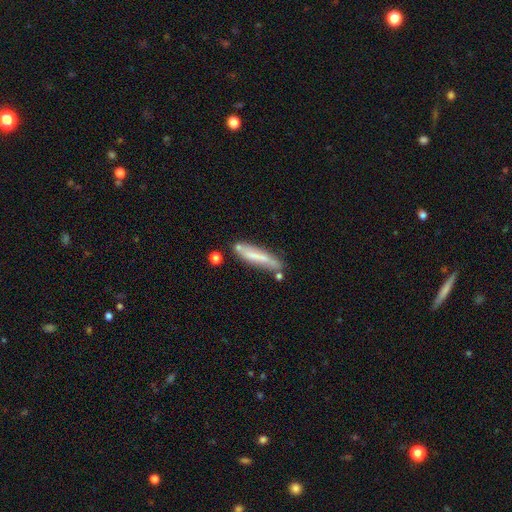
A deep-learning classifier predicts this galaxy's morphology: This appears to be a smooth galaxy with no disk features (56%) that is cigar-shaped (84%). Merging: none (62%).